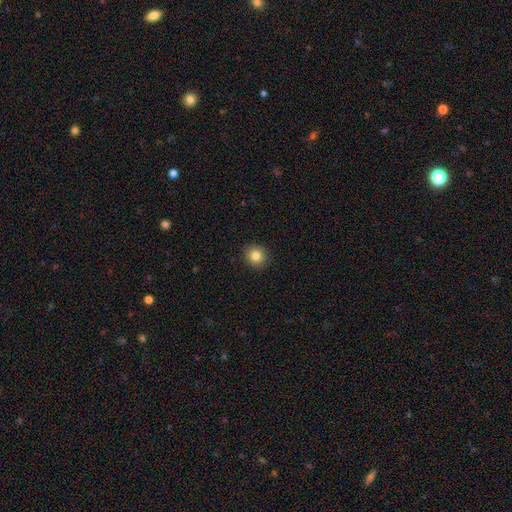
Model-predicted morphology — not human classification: type=smooth (83%); roundness=round (84%); merging=none (91%).